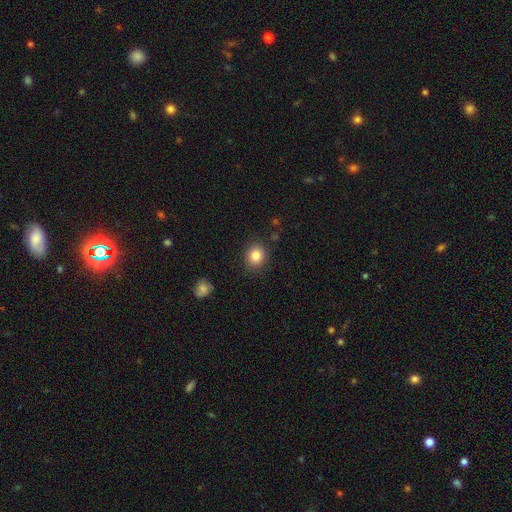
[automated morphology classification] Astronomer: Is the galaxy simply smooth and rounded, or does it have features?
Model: smooth — 84%.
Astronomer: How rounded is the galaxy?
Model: round — 78%.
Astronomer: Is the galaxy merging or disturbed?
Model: none — 88%.